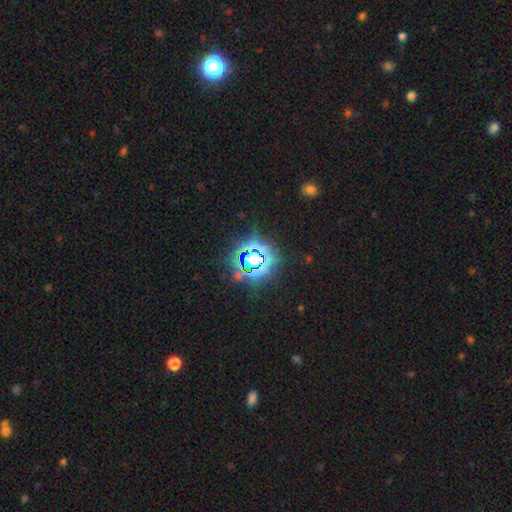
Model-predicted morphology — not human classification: Overall: star or artifact (76%).